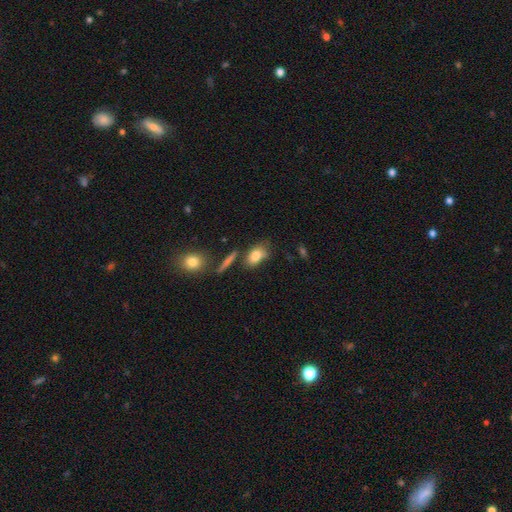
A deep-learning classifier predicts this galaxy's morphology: type=smooth (80%); roundness=in between (82%); merging=none (60%).